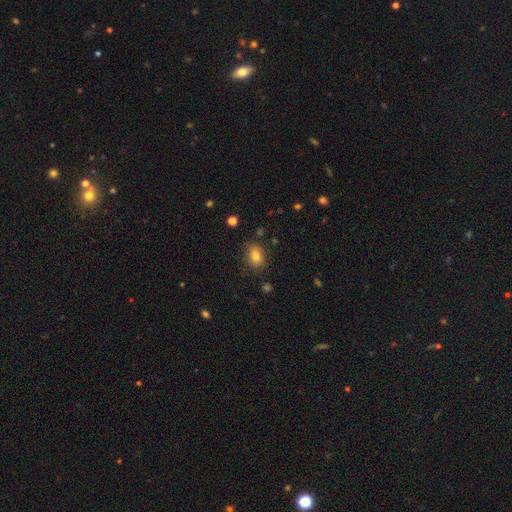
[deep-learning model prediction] Smooth or featured? smooth (82%)
How rounded? in between (73%)
Merging? none (78%)